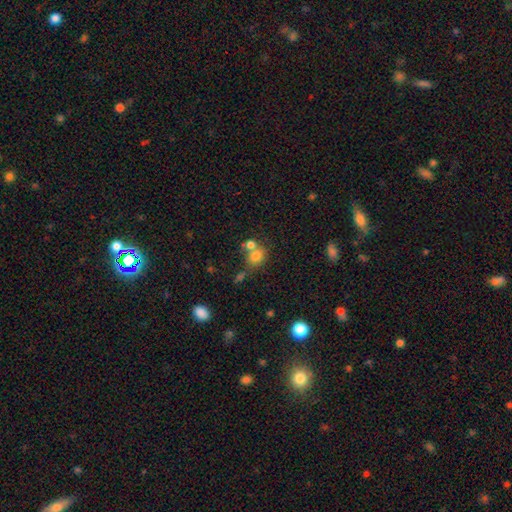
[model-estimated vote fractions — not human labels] Smooth or featured? Predicted: smooth (p=0.76). How rounded? Predicted: round (p=0.64). Merging? Predicted: none (p=0.45).